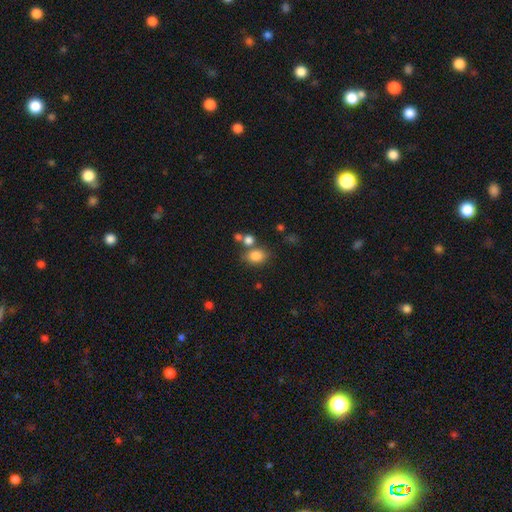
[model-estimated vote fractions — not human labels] smooth-or-featured: smooth: 82% | star or artifact: 11% | featured or disk: 7%
  how-rounded: in between: 59% | round: 40% | cigar-shaped: 1%
  merging: none: 63% | merger: 18% | minor disturbance: 13% | major disturbance: 5%